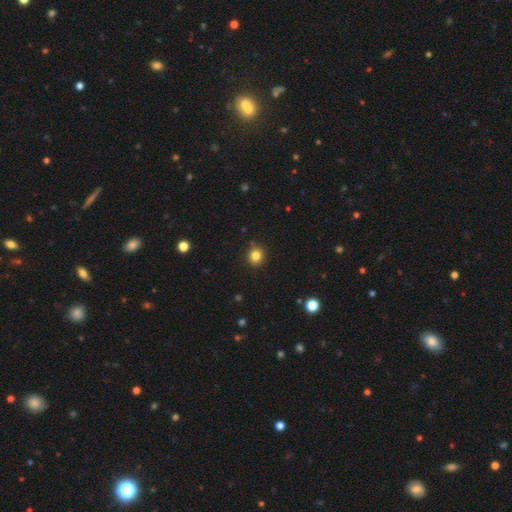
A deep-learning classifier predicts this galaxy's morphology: This is clearly a smooth galaxy (82%). How rounded: clearly round (86%). Merging: clearly none (87%).